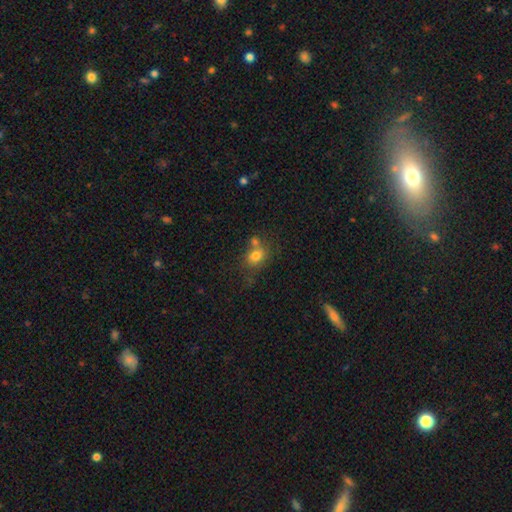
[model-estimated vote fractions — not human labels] smooth-or-featured: smooth: 76% | star or artifact: 12% | featured or disk: 12%
  how-rounded: in between: 52% | round: 47% | cigar-shaped: 1%
  merging: none: 48% | merger: 30% | minor disturbance: 16% | major disturbance: 7%